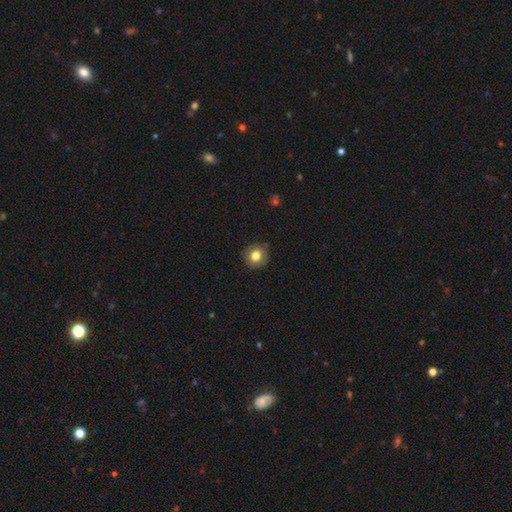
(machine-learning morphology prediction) Q: Smooth or featured?
A: smooth (80%); runner-up: featured or disk (10%)
Q: How rounded?
A: round (88%); runner-up: in between (11%)
Q: Merging?
A: none (87%); runner-up: minor disturbance (9%)